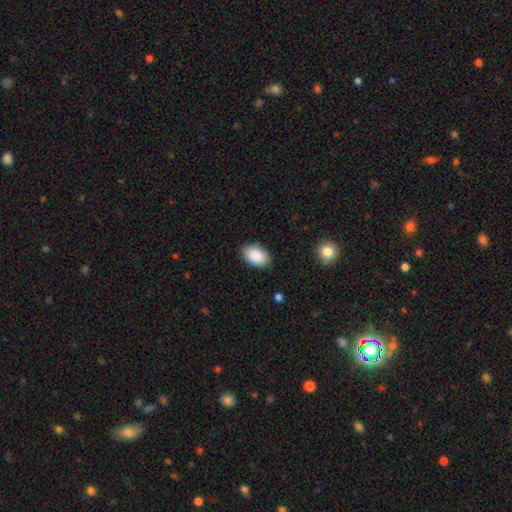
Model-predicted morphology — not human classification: type=smooth (90%); roundness=in between (90%); merging=none (86%).